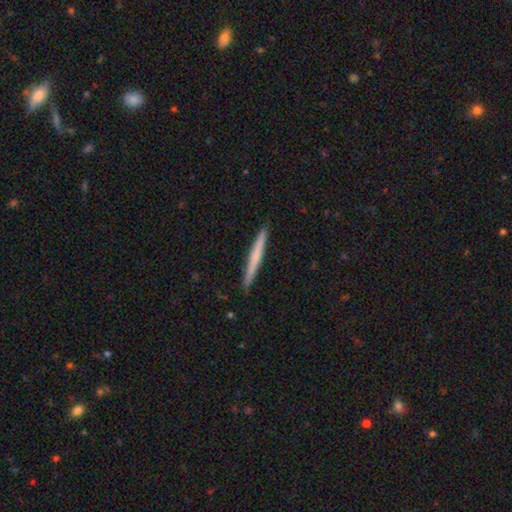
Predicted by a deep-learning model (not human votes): This is possibly a smooth galaxy (57%). How rounded: clearly cigar-shaped (97%). Merging: clearly none (92%).